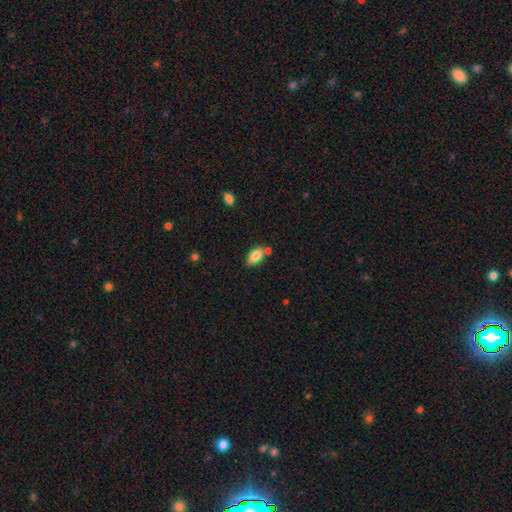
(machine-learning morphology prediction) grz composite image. It shows a smooth galaxy with no disk features (81%) that is in between round and cigar-shaped (90%). Merging: none (63%).